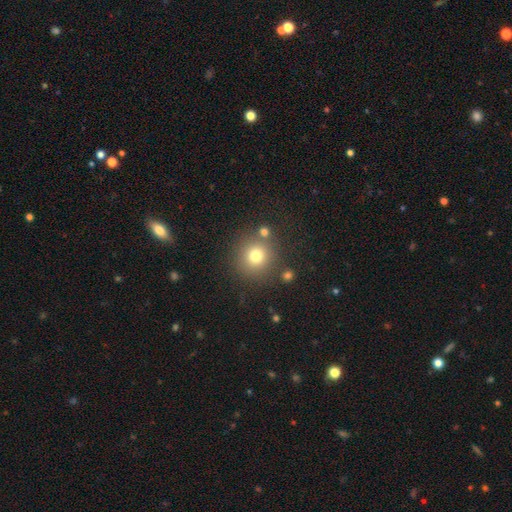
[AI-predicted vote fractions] smooth-or-featured: smooth: 76% | star or artifact: 14% | featured or disk: 10%
  how-rounded: round: 92% | in between: 7% | cigar-shaped: 1%
  merging: none: 79% | minor disturbance: 9% | merger: 8% | major disturbance: 4%